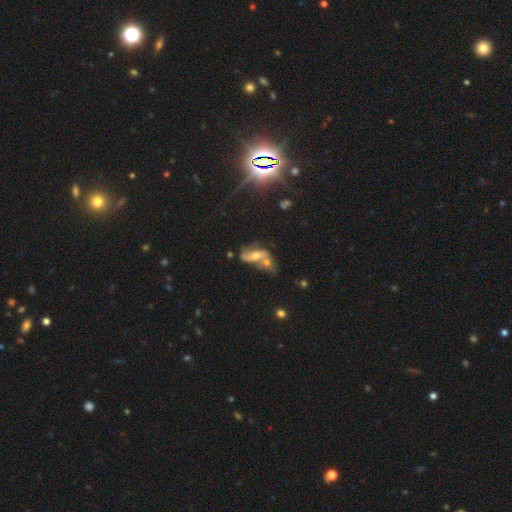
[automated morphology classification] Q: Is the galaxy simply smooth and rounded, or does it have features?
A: featured or disk — 57%.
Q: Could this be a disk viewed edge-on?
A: no — 91%.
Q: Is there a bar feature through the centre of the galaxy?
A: no — 54%.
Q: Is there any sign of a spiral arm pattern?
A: yes — 70%.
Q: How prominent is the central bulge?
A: moderate — 56%.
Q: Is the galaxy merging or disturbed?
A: merger — 57%.